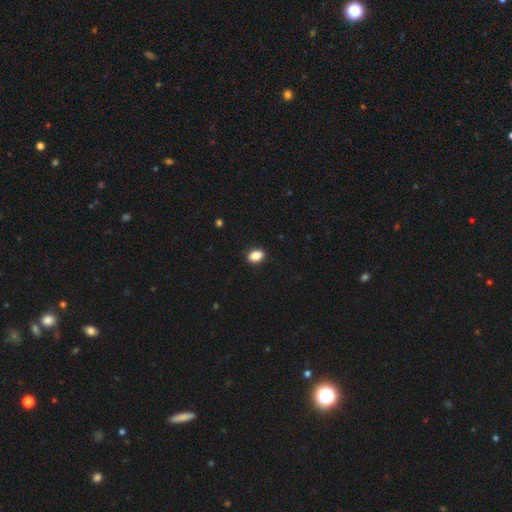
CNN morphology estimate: type=smooth (87%); roundness=in between (70%); merging=none (90%).